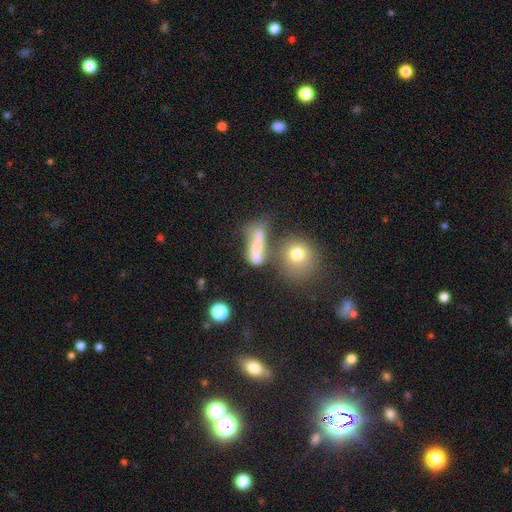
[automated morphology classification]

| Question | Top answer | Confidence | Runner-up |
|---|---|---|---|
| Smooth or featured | smooth | 62% | featured or disk (22%) |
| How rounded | in between | 45% | cigar-shaped (33%) |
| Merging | merger | 37% | none (28%) |